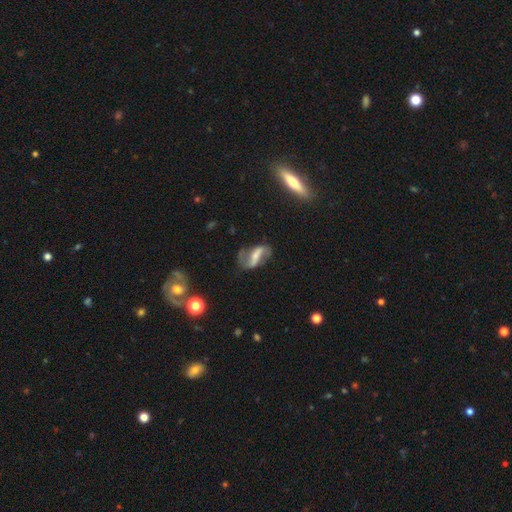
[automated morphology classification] Q: Smooth or featured?
A: featured or disk (78%); runner-up: smooth (14%)
Q: Edge-on disk?
A: no (94%); runner-up: yes (6%)
Q: Bar?
A: strong (53%); runner-up: weak (31%)
Q: Spiral arms?
A: yes (89%); runner-up: no (11%)
Q: Spiral winding?
A: loose (68%); runner-up: medium (24%)
Q: Spiral arm count?
A: 2 (90%); runner-up: can't tell (4%)
Q: Bulge size?
A: small (38%); runner-up: moderate (27%)
Q: Merging?
A: none (64%); runner-up: minor disturbance (19%)